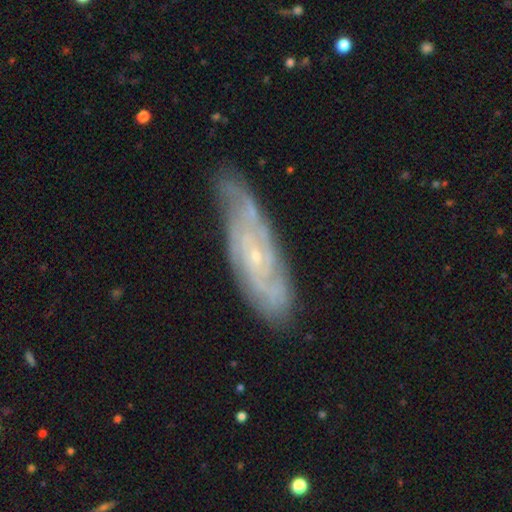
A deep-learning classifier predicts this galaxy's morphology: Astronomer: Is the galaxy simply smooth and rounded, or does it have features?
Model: featured or disk — 80%.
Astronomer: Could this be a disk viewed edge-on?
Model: no — 82%.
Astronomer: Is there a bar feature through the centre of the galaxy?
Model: no — 67%.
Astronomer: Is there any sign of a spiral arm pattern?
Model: yes — 93%.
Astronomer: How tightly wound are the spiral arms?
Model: tight — 57% (runner-up: medium, 34%).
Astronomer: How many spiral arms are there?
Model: can't tell — 39% (runner-up: 2, 30%).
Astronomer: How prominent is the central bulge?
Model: small — 82%.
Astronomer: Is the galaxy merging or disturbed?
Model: none — 69%.